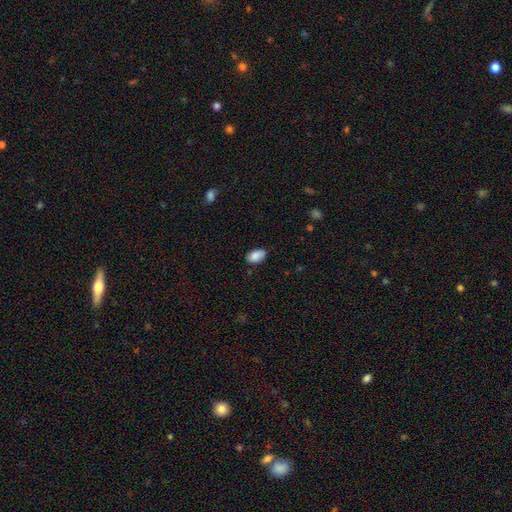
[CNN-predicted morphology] type=smooth (87%); roundness=in between (92%); merging=none (77%).